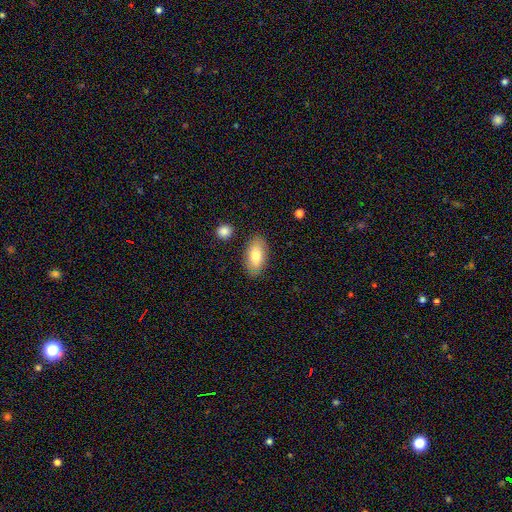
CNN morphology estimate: type=smooth (77%); roundness=in between (93%); merging=none (84%).